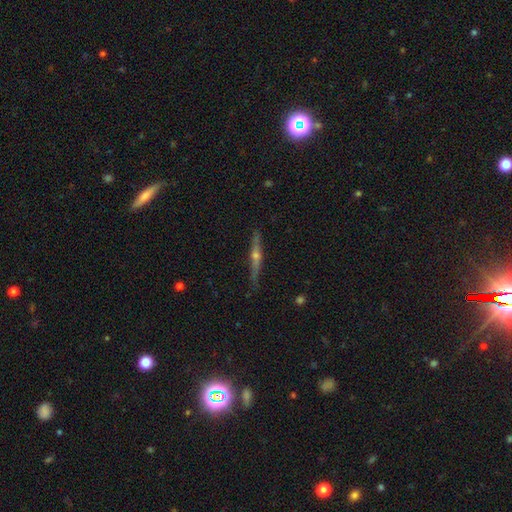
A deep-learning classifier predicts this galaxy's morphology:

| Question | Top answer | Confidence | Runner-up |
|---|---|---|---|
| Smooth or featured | featured or disk | 78% | smooth (16%) |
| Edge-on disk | yes | 98% | no (2%) |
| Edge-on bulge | rounded | 90% | none (6%) |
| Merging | none | 86% | minor disturbance (11%) |